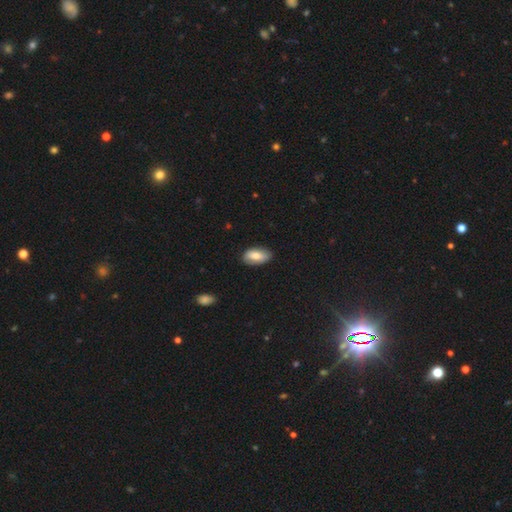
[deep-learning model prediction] Morphology: type=smooth (72%); roundness=in between (93%); merging=none (82%).